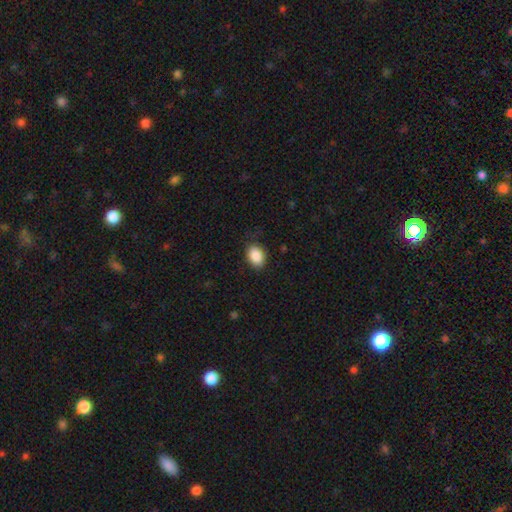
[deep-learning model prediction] This appears to be a smooth galaxy with no disk features (89%) that is in between round and cigar-shaped (78%). Merging: none (81%).